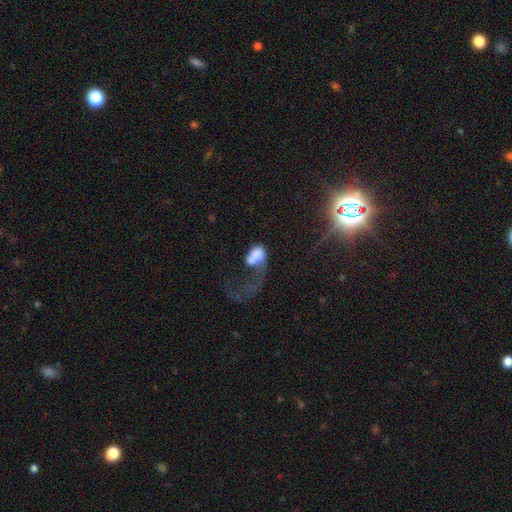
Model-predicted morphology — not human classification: The model was most divided on "smooth or featured": smooth: 59%, featured or disk: 31%, star or artifact: 10%. More confident: how rounded — in between (82%); merging — major disturbance (65%).